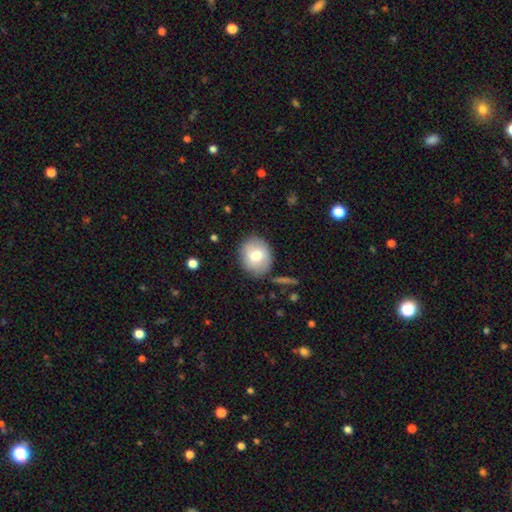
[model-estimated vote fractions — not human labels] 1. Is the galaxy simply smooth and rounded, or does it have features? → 72% smooth, 21% featured or disk, 8% star or artifact.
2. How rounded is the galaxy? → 62% round, 37% in between, 1% cigar-shaped.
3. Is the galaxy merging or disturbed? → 81% none, 13% minor disturbance, 3% major disturbance, 3% merger.